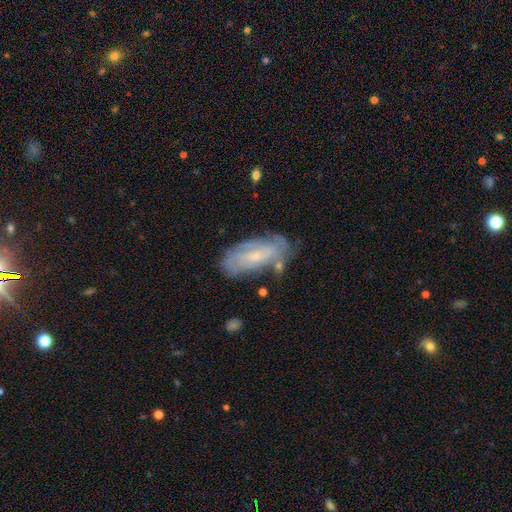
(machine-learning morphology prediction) A featured or disk galaxy (64%) with no bar (50%), spiral arms (78%) and a small central bulge (63%). Merging: none (65%).